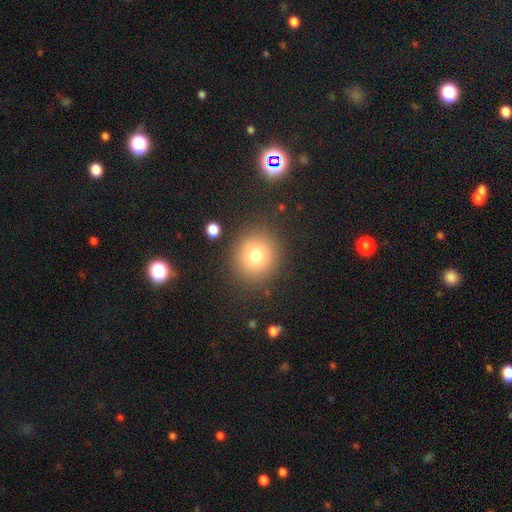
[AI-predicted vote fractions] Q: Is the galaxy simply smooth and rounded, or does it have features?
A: smooth — 76%.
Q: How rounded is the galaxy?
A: round — 88%.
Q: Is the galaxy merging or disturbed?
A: none — 87%.